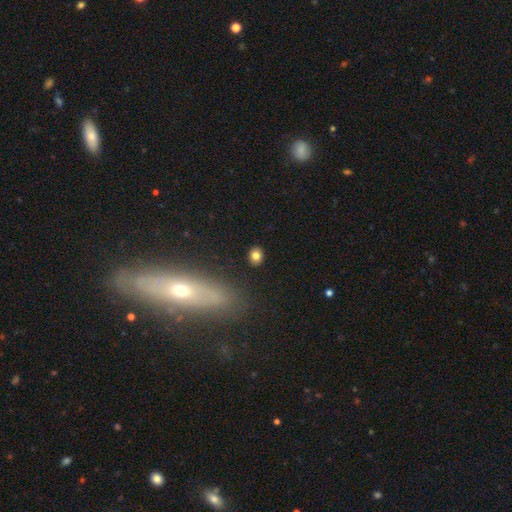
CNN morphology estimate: type=smooth (81%); roundness=round (58%); merging=none (89%).